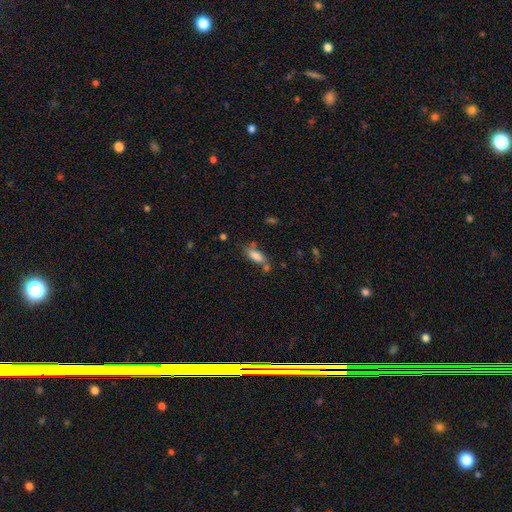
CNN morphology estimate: A smooth galaxy with no disk features (80%) that is in between round and cigar-shaped (73%). Merging: none (57%).